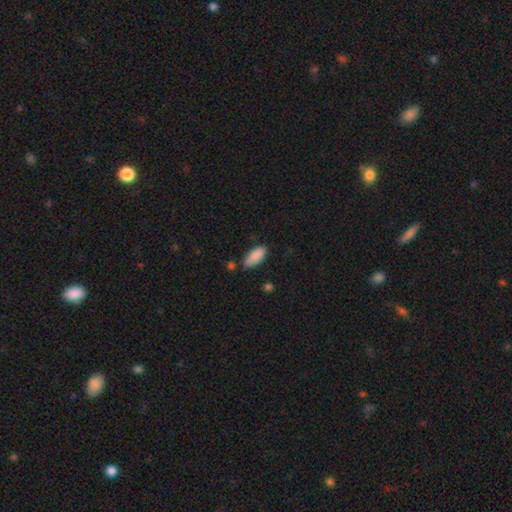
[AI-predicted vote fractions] This appears to be a smooth galaxy with no disk features (88%) that is in between round and cigar-shaped (84%). Merging: none (69%).